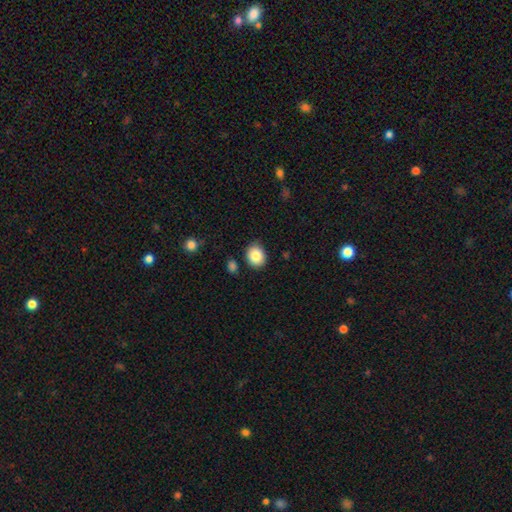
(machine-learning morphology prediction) A smooth galaxy with no disk features (85%) that is round (63%).

Vote fractions:
- Smooth or featured? smooth: 85% / star or artifact: 9% / featured or disk: 6%
- How rounded? round: 63% / in between: 36% / cigar-shaped: 1%
- Merging? none: 81% / minor disturbance: 13% / merger: 3% / major disturbance: 3%